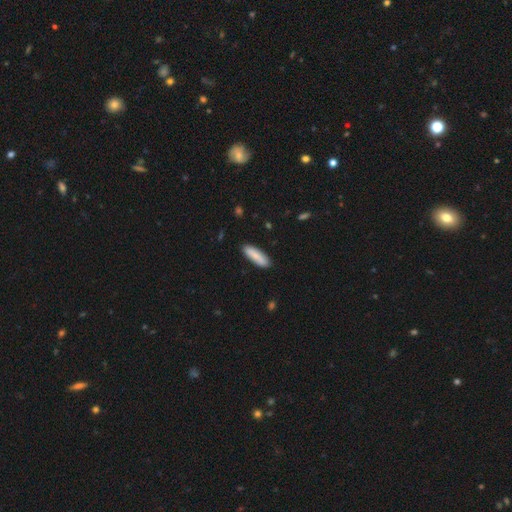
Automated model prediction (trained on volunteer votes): Overall: smooth (84%). How rounded: cigar-shaped (60%; in between 38%). Merging: none (88%).